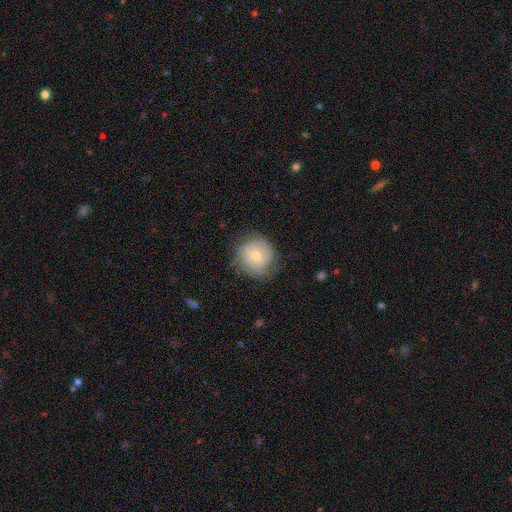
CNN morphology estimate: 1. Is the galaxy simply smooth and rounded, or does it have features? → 52% smooth, 40% featured or disk, 8% star or artifact.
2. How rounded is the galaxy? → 89% round, 10% in between, 1% cigar-shaped.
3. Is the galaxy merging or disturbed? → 65% none, 24% minor disturbance, 10% major disturbance, 1% merger.